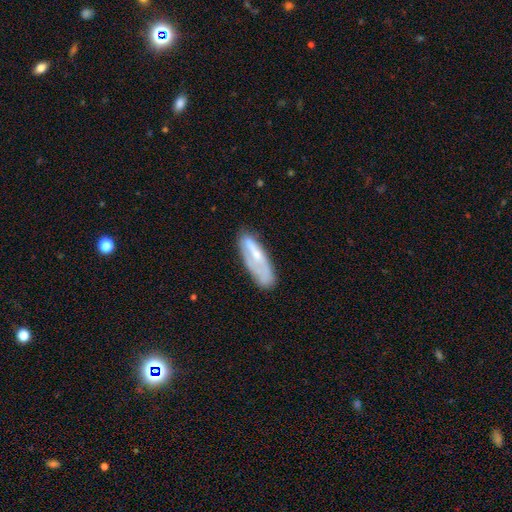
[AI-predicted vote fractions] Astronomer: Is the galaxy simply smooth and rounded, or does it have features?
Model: smooth — 47% (runner-up: featured or disk, 46%).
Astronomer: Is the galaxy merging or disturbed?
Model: none — 59%.